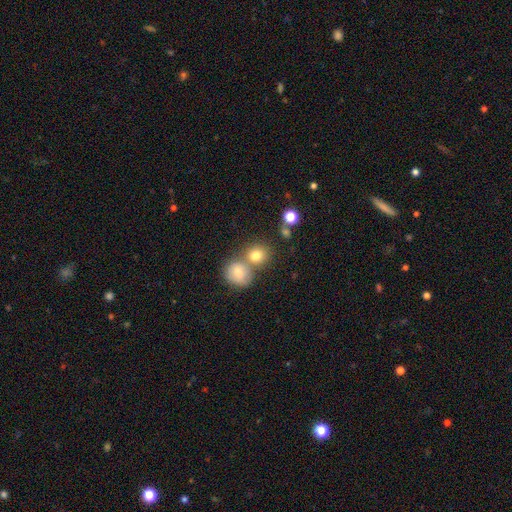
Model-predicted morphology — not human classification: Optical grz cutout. It shows a smooth galaxy with no disk features (79%) that is round (82%). Merging: none (51%).